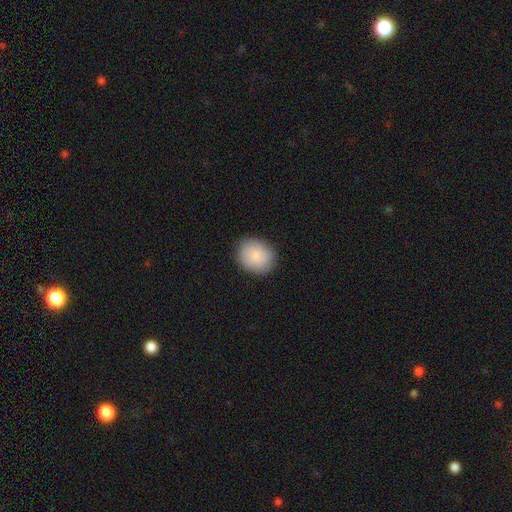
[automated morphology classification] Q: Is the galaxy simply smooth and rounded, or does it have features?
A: smooth — 86%.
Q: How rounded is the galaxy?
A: round — 62%.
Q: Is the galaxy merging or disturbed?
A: none — 86%.